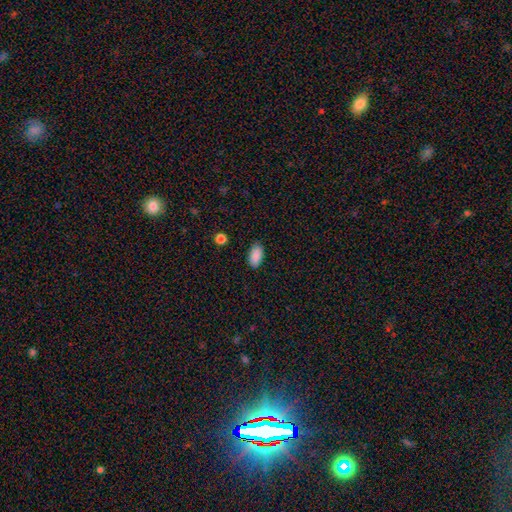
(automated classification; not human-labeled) A smooth galaxy with no disk features (89%) that is in between round and cigar-shaped (94%).

Vote fractions:
- Smooth or featured? smooth: 89% / star or artifact: 7% / featured or disk: 3%
- How rounded? in between: 94% / round: 3% / cigar-shaped: 3%
- Merging? none: 87% / minor disturbance: 9% / major disturbance: 2% / merger: 1%